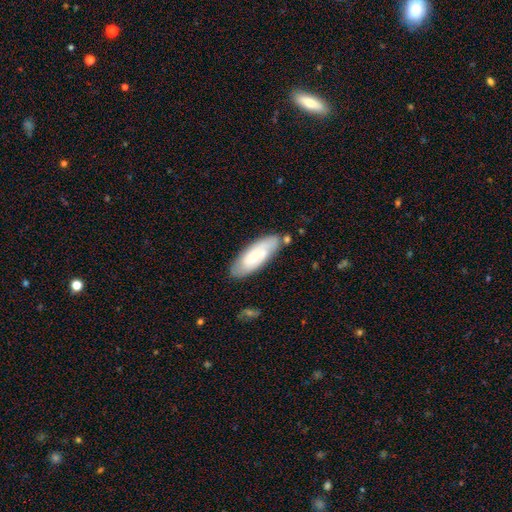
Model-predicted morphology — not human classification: smooth 53%, featured or disk 41%, star or artifact 6%. Down the decision tree: how rounded — in between (68%); merging — none (75%).